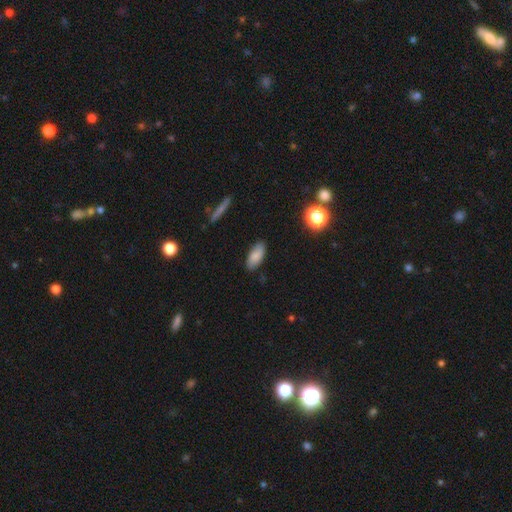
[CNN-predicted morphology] type=smooth (85%); roundness=in between (88%); merging=none (85%).